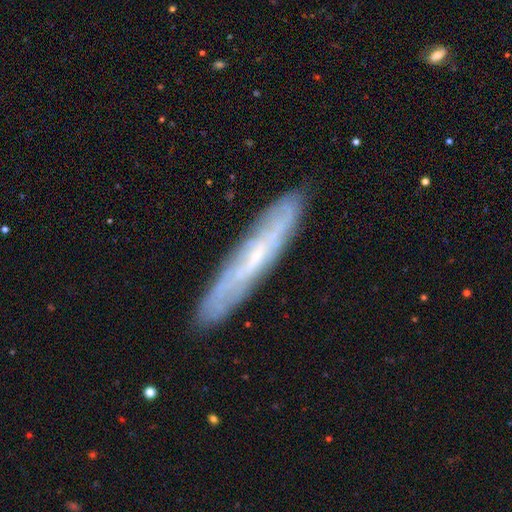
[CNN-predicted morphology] This appears to be a featured or disk galaxy (59%) viewed edge-on (64%). Merging: none (86%).